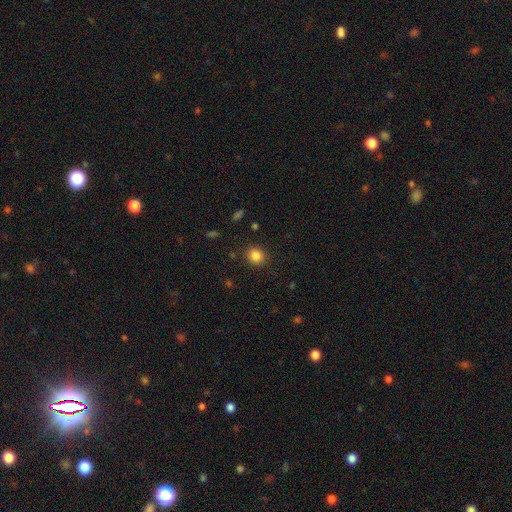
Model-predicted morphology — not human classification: A smooth galaxy with no disk features (84%) that is round (82%).

Vote fractions:
- Smooth or featured? smooth: 84% / star or artifact: 11% / featured or disk: 4%
- How rounded? round: 82% / in between: 18% / cigar-shaped: 1%
- Merging? none: 87% / minor disturbance: 8% / major disturbance: 3% / merger: 1%